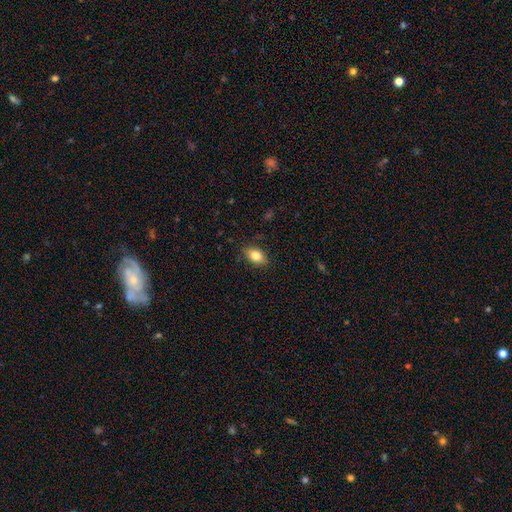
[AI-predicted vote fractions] smooth 84%, featured or disk 8%, star or artifact 8%. Down the decision tree: how rounded — in between (87%); merging — none (86%).